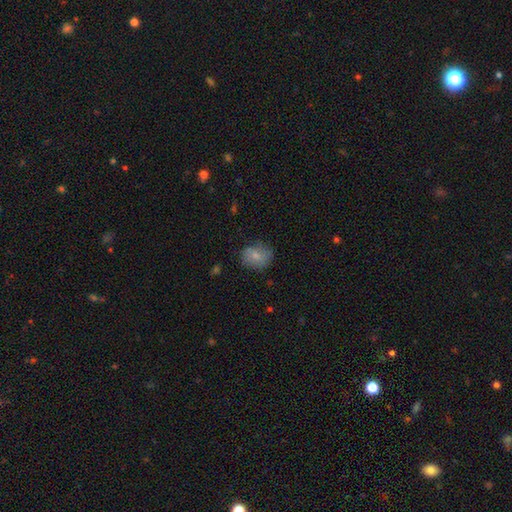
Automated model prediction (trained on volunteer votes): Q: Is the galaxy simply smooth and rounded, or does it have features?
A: smooth — 73%.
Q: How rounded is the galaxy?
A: round — 50%.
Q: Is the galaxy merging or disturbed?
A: none — 67%.